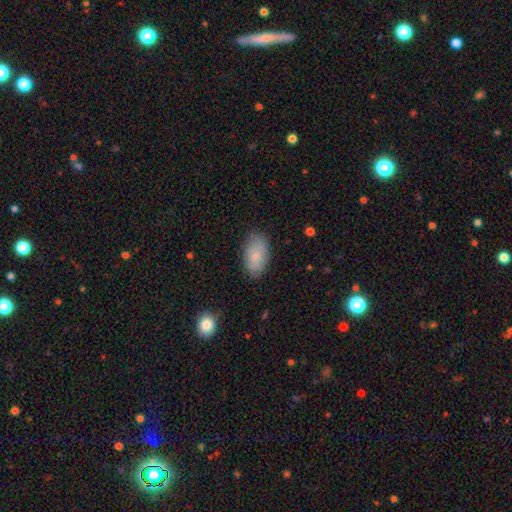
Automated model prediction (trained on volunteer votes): Smooth or featured? smooth (75%)
How rounded? in between (93%)
Merging? none (80%)